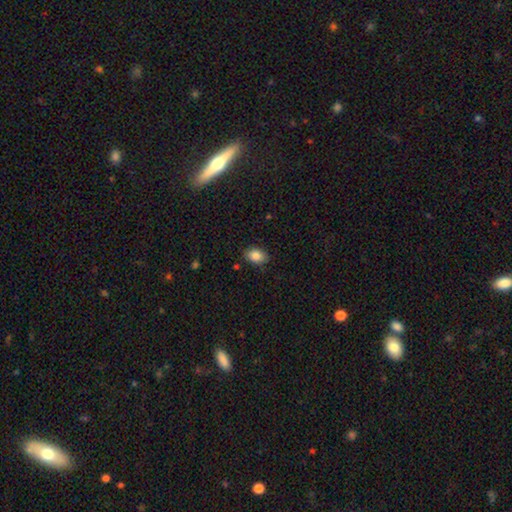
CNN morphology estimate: Overall: smooth (86%). How rounded: in between (82%). Merging: none (85%).